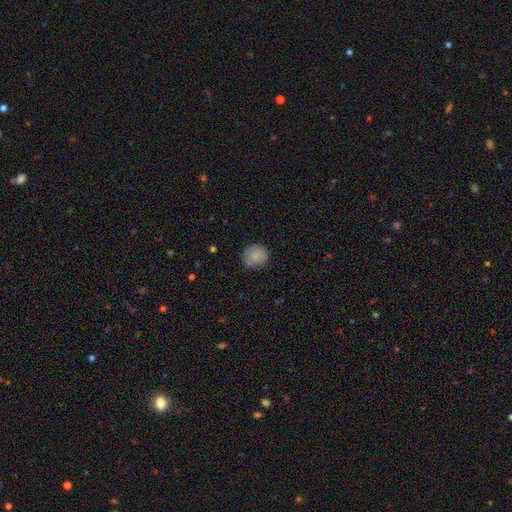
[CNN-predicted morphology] Smooth or featured?
  - smooth: 84% *
  - featured or disk: 8%
  - star or artifact: 8%
How rounded?
  - round: 88% *
  - in between: 11%
  - cigar-shaped: 1%
Merging?
  - none: 83% *
  - minor disturbance: 13%
  - major disturbance: 3%
  - merger: 2%